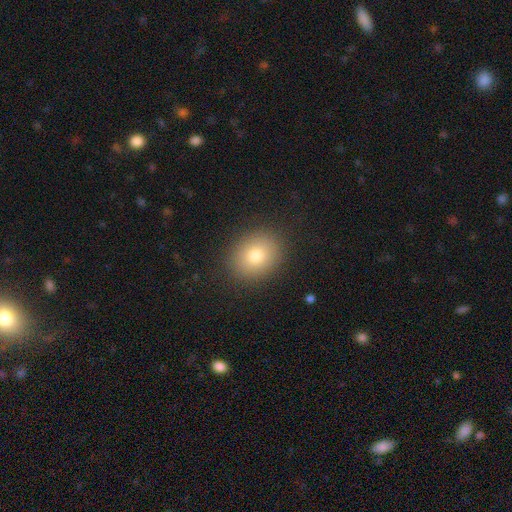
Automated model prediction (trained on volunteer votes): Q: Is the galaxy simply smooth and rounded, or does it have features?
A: smooth — 78%.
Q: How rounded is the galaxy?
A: round — 58%.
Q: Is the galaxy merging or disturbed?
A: none — 89%.